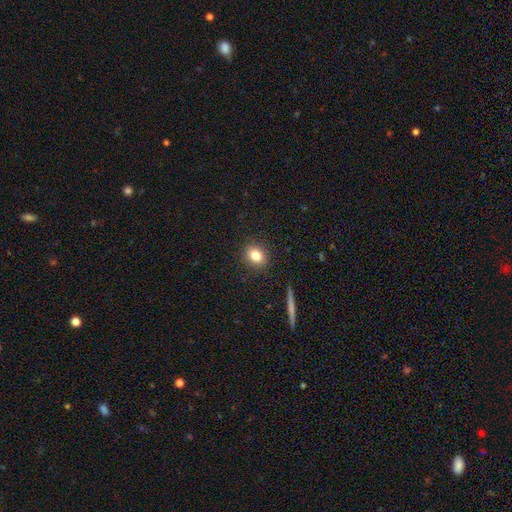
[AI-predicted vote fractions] smooth-or-featured: smooth: 81% | star or artifact: 11% | featured or disk: 8%
  how-rounded: round: 55% | in between: 44% | cigar-shaped: 2%
  merging: none: 89% | minor disturbance: 7% | major disturbance: 2% | merger: 1%